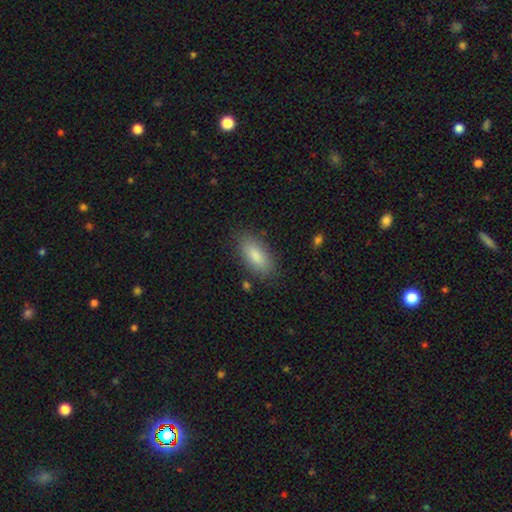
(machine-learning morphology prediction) Smooth or featured? smooth (84%)
How rounded? in between (85%)
Merging? none (83%)